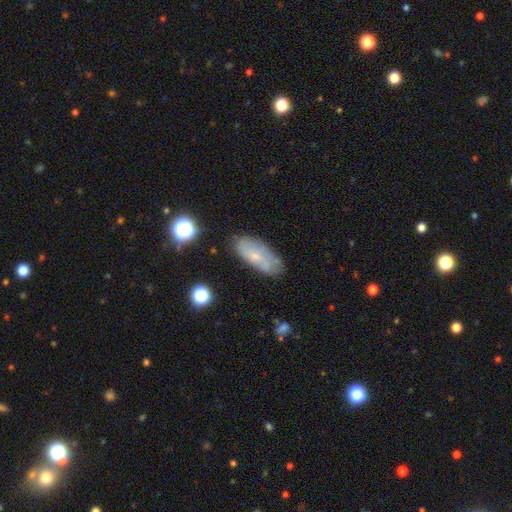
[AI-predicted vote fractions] Smooth or featured? smooth (49%)
Merging? none (69%)